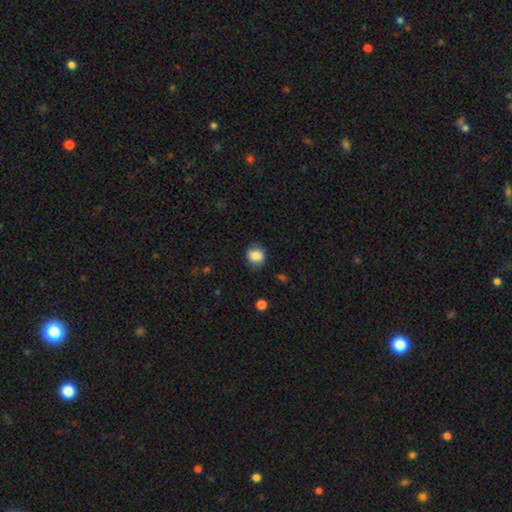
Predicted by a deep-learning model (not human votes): Q: Smooth or featured?
A: smooth (85%); runner-up: star or artifact (9%)
Q: How rounded?
A: round (75%); runner-up: in between (24%)
Q: Merging?
A: none (81%); runner-up: minor disturbance (14%)